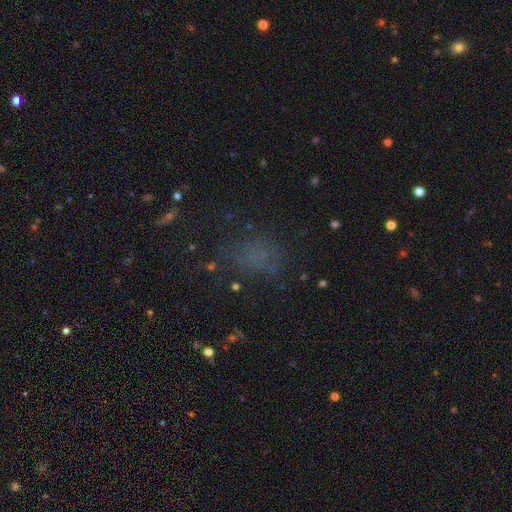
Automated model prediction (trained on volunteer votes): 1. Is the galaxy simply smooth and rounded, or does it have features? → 59% smooth, 30% star or artifact, 11% featured or disk.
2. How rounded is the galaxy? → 57% in between, 40% round, 3% cigar-shaped.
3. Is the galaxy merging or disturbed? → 66% none, 17% minor disturbance, 13% major disturbance, 3% merger.